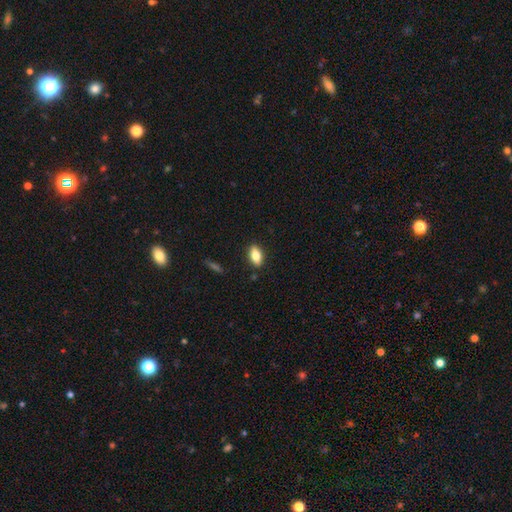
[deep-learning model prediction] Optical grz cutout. It shows a smooth galaxy with no disk features (73%) that is in between round and cigar-shaped (86%). Merging: none (87%).